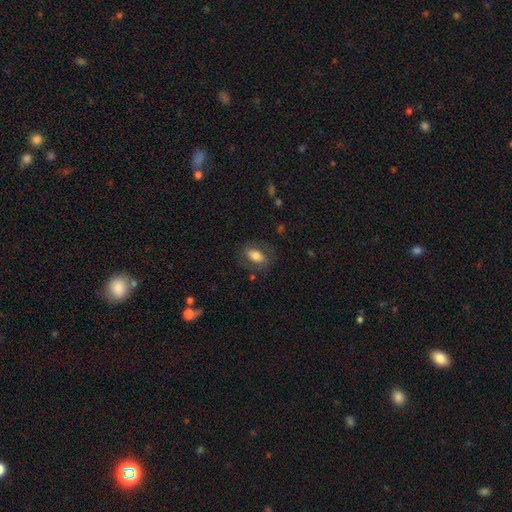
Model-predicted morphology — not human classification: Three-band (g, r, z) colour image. It shows a smooth galaxy with no disk features (70%) that is in between round and cigar-shaped (86%). Merging: none (72%).